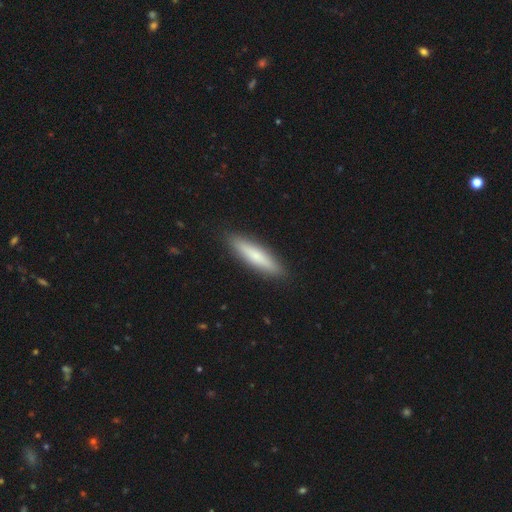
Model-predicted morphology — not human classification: A smooth galaxy with no disk features (68%) that is cigar-shaped (83%). Merging: none (91%).